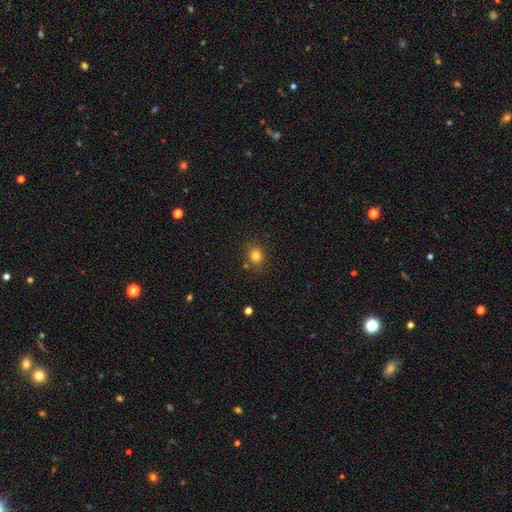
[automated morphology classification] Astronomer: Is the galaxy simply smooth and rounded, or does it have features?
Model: smooth — 81%.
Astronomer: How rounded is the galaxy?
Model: round — 79%.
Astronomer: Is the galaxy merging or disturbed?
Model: none — 80%.